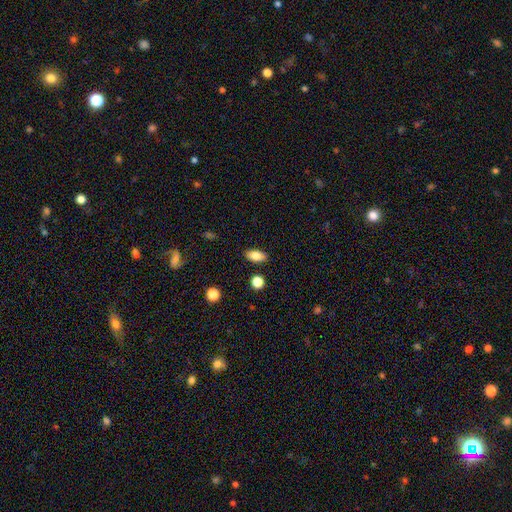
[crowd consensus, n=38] A smooth galaxy with no disk features (87%) that is in between round and cigar-shaped (91%).

Vote fractions:
- Smooth or featured? smooth: 87% / star or artifact: 8% / featured or disk: 5%
- How rounded? in between: 91% / cigar-shaped: 6% / round: 3%
- Merging? none: 94% / minor disturbance: 6% / major disturbance: 0% / merger: 0%